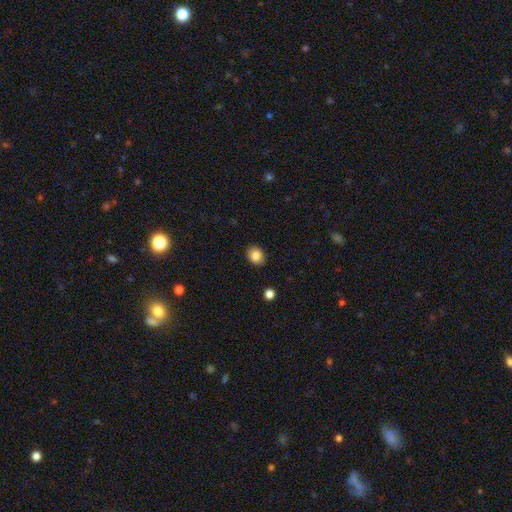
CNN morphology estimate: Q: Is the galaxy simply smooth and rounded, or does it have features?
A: smooth — 85%.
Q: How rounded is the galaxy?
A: in between — 51%.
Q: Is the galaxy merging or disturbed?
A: none — 88%.